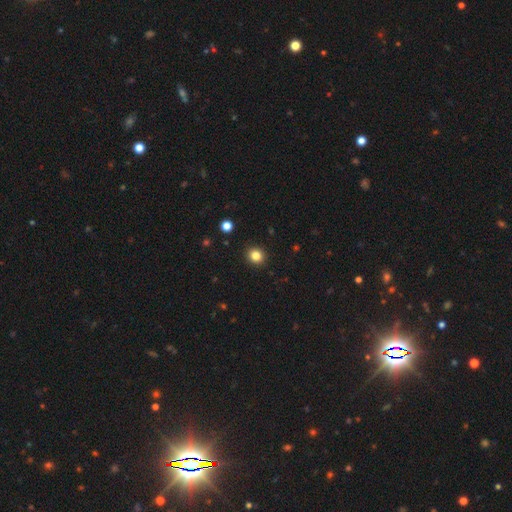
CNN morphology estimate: The model was most divided on "how rounded": round: 84%, in between: 15%, cigar-shaped: 1%. More confident: merging — none (92%); smooth or featured — smooth (84%).